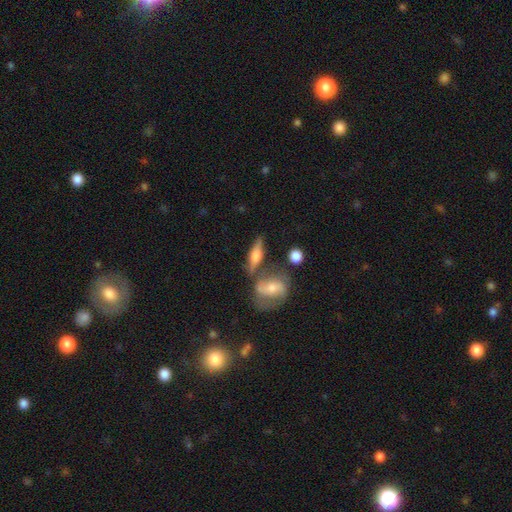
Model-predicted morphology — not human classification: Q: Smooth or featured?
A: featured or disk (54%); runner-up: smooth (38%)
Q: Edge-on disk?
A: yes (82%); runner-up: no (18%)
Q: Merging?
A: none (60%); runner-up: merger (17%)